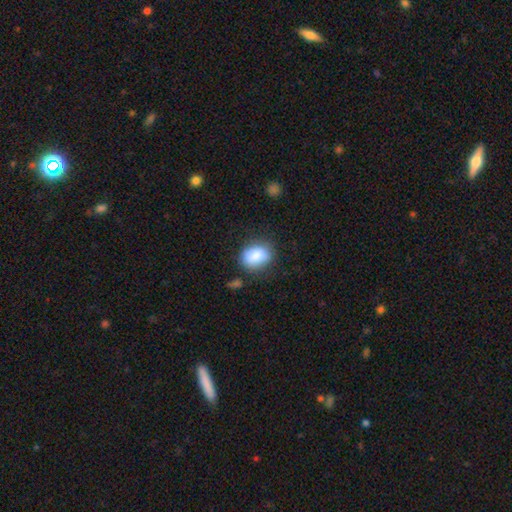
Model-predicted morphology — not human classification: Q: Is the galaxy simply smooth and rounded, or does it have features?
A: smooth — 85%.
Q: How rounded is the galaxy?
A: in between — 71%.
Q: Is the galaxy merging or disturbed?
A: none — 71%.